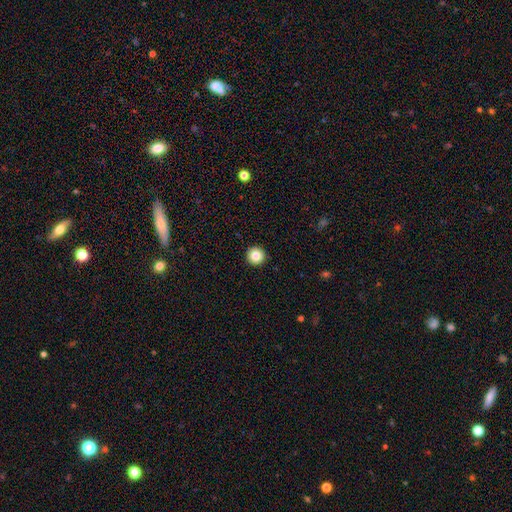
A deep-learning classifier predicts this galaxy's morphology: Smooth or featured?
  - smooth: 85% *
  - star or artifact: 10%
  - featured or disk: 5%
How rounded?
  - round: 96% *
  - in between: 3%
  - cigar-shaped: 1%
Merging?
  - none: 94% *
  - minor disturbance: 4%
  - major disturbance: 1%
  - merger: 1%